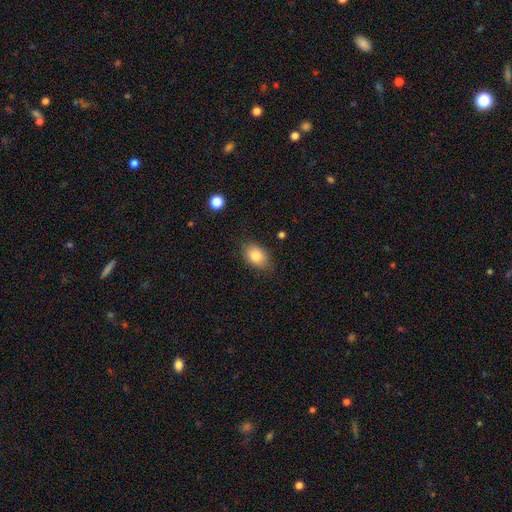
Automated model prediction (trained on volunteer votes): The model was most divided on "how rounded": in between: 83%, round: 16%, cigar-shaped: 1%. More confident: smooth or featured — smooth (83%); merging — none (81%).